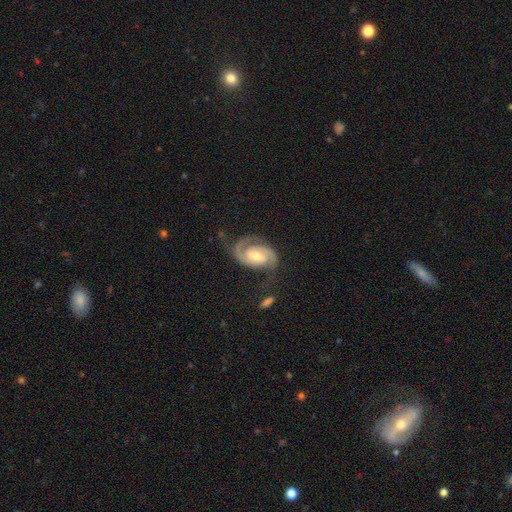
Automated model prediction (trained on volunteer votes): Smooth or featured?
  - featured or disk: 89% *
  - smooth: 7%
  - star or artifact: 4%
Edge-on disk?
  - no: 97% *
  - yes: 3%
Bar?
  - weak: 44% *
  - no: 38%
  - strong: 18%
Spiral arms?
  - yes: 97% *
  - no: 3%
Spiral winding?
  - tight: 45% *
  - medium: 44%
  - loose: 11%
Spiral arm count?
  - 2: 84% *
  - 1: 9%
  - can't tell: 4%
  - 3: 2%
  - 4: 1%
  - more than 4: 1%
Bulge size?
  - moderate: 63% *
  - small: 31%
  - large: 4%
  - none: 1%
  - dominant: 1%
Merging?
  - none: 67% *
  - minor disturbance: 19%
  - major disturbance: 11%
  - merger: 3%